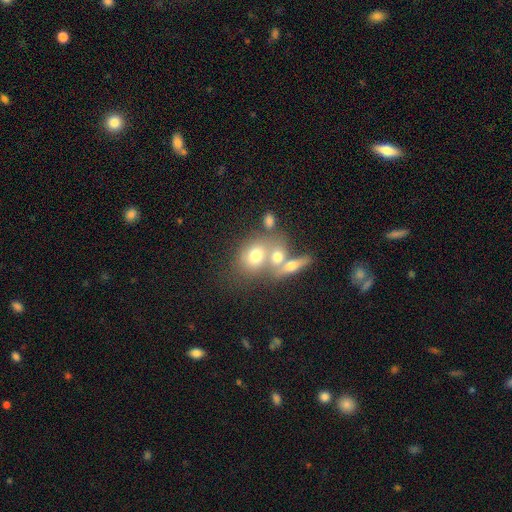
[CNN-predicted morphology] Smooth or featured: smooth — 64% (featured or disk — 25%)
How rounded: in between — 52% (round — 45%)
Merging: merger — 50% (none — 34%)